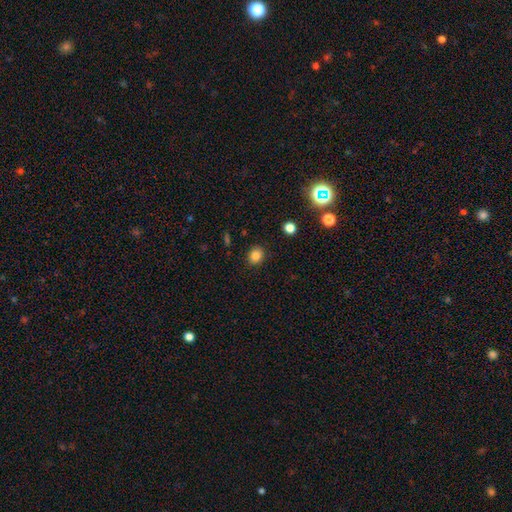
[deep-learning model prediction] Morphology: type=smooth (83%); roundness=round (65%); merging=none (89%).